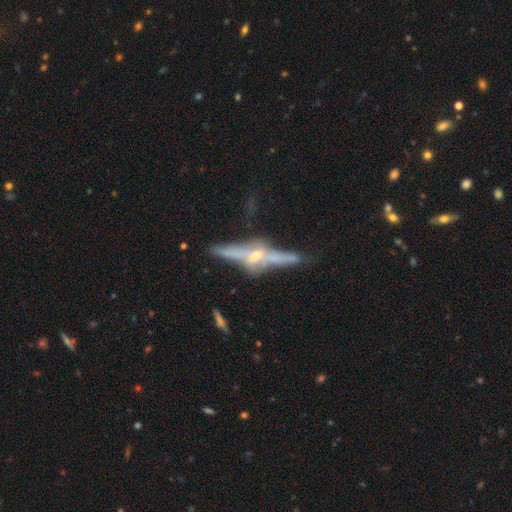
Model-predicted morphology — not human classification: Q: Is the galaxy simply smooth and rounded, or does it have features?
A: featured or disk — 83%.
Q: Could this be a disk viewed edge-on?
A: yes — 94%.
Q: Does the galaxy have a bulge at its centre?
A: rounded — 90%.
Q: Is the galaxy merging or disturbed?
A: none — 70%.